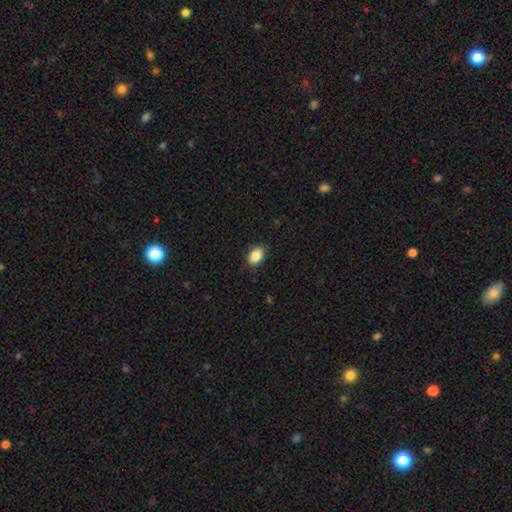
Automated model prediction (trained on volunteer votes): A smooth galaxy with no disk features (86%) that is in between round and cigar-shaped (86%).

Vote fractions:
- Smooth or featured? smooth: 86% / star or artifact: 8% / featured or disk: 6%
- How rounded? in between: 86% / round: 13% / cigar-shaped: 1%
- Merging? none: 85% / minor disturbance: 11% / major disturbance: 2% / merger: 1%